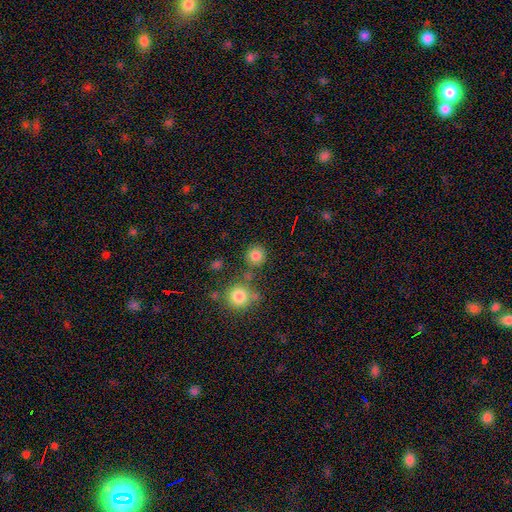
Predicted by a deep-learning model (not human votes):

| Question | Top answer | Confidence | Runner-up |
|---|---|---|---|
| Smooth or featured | smooth | 81% | star or artifact (13%) |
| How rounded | round | 92% | in between (7%) |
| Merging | none | 79% | merger (9%) |